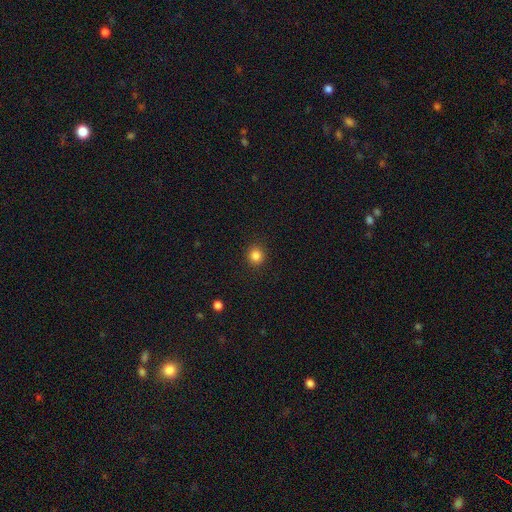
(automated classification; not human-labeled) Smooth or featured: smooth — 85% (star or artifact — 11%)
How rounded: round — 92% (in between — 7%)
Merging: none — 92% (minor disturbance — 5%)